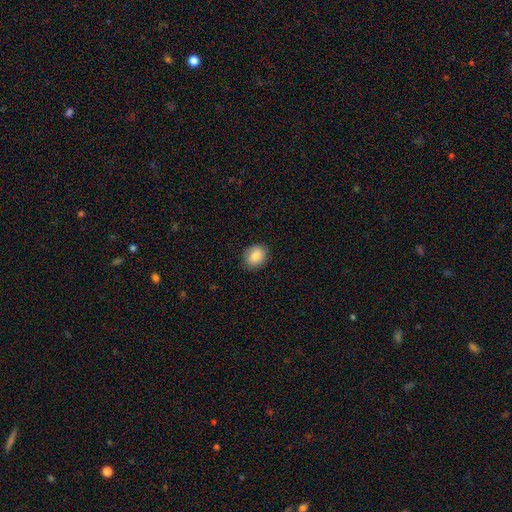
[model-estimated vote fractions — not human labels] Smooth or featured: smooth — 84% (star or artifact — 8%)
How rounded: round — 54% (in between — 45%)
Merging: none — 86% (minor disturbance — 11%)